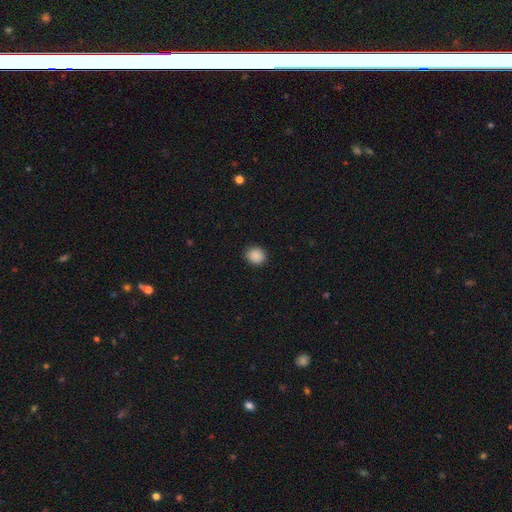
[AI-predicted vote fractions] Q: Smooth or featured?
A: smooth (89%); runner-up: star or artifact (9%)
Q: How rounded?
A: round (73%); runner-up: in between (26%)
Q: Merging?
A: none (90%); runner-up: minor disturbance (7%)